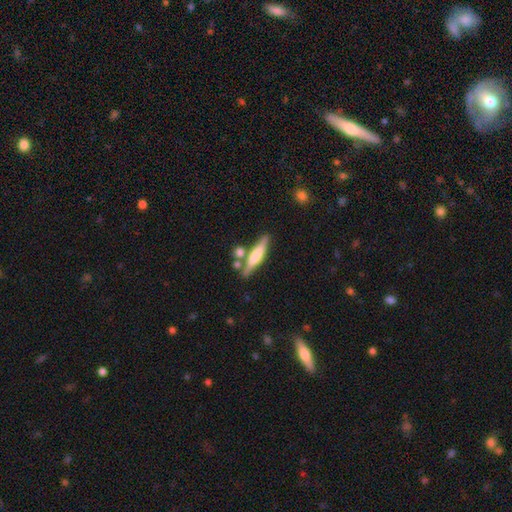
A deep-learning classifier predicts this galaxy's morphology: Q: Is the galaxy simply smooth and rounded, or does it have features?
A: smooth — 51%.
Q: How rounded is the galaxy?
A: cigar-shaped — 81%.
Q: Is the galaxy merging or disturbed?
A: none — 67%.